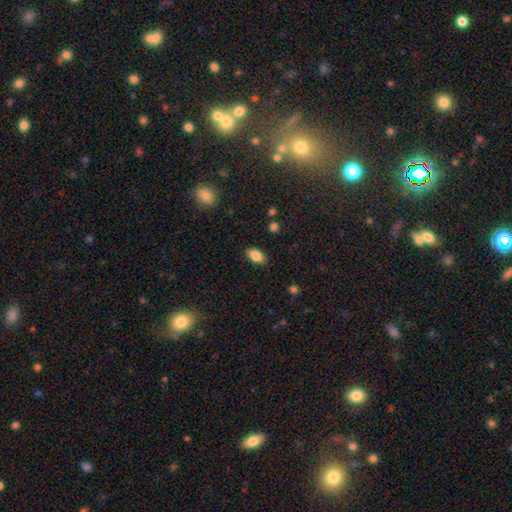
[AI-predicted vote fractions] This appears to be a smooth galaxy with no disk features (86%) that is in between round and cigar-shaped (91%). Merging: none (86%).